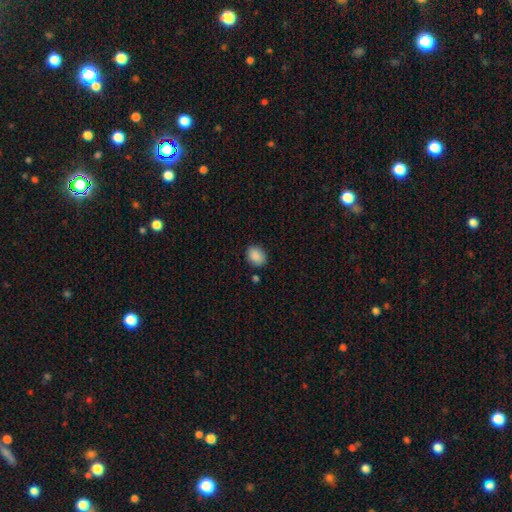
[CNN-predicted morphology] smooth_or_featured: smooth (p=0.89) [alt: star or artifact p=0.08]
how_rounded: in between (p=0.56) [alt: round p=0.43]
merging: none (p=0.82) [alt: minor disturbance p=0.12]